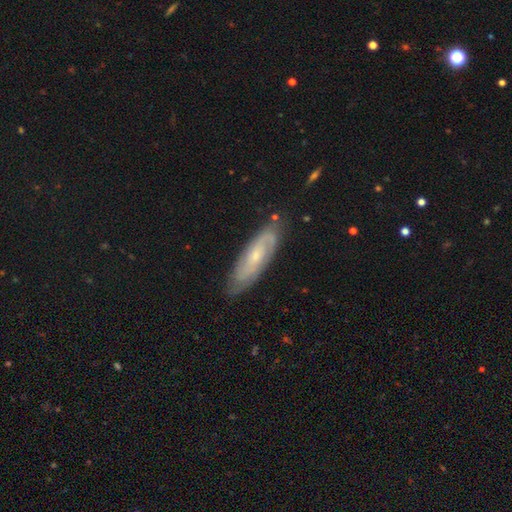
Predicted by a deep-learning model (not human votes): Overall: featured or disk (68%). Edge-on disk: no (79%). Bar: no (64%; weak 30%). Spiral arms: yes (88%). Bulge size: small (67%; moderate 28%). Merging: none (80%).